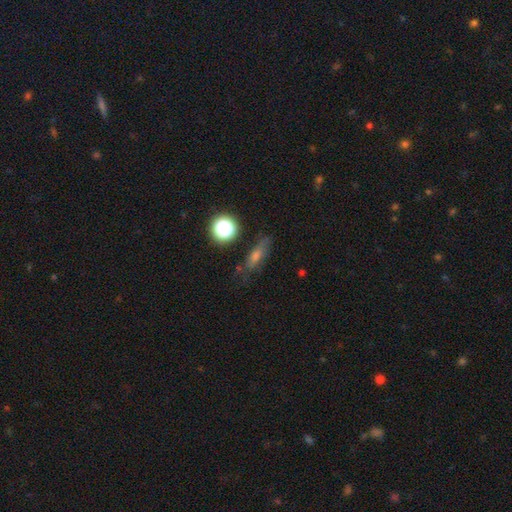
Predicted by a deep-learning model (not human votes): This is possibly a smooth galaxy (56%). How rounded: possibly cigar-shaped (48%). Merging: likely none (72%).